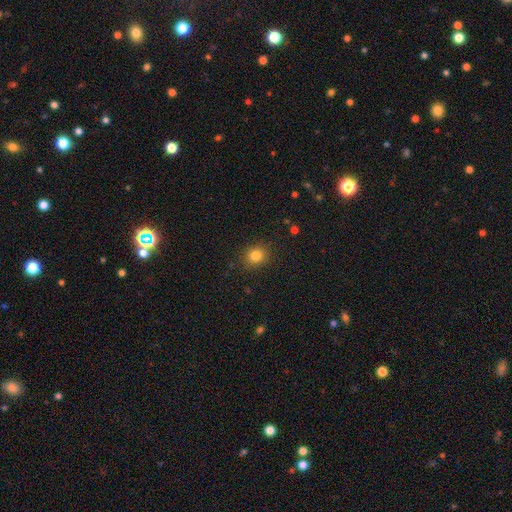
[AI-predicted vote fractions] smooth_or_featured: smooth (p=0.82) [alt: star or artifact p=0.12]
how_rounded: round (p=0.78) [alt: in between p=0.21]
merging: none (p=0.88) [alt: minor disturbance p=0.08]